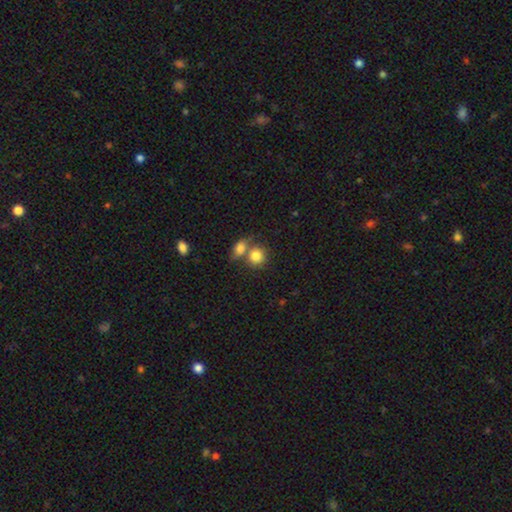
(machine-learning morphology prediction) type=smooth (82%); roundness=round (76%); merging=merger (46%).